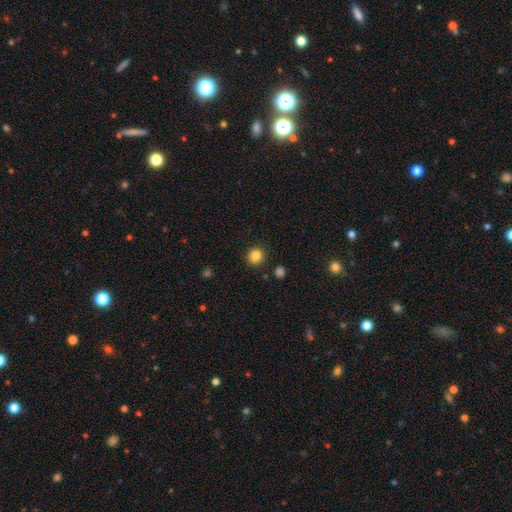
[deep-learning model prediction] Smooth or featured? smooth (84%)
How rounded? round (89%)
Merging? none (88%)